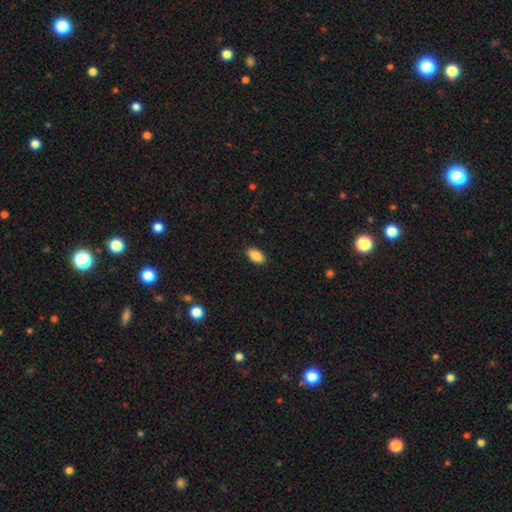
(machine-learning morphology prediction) This appears to be a smooth galaxy with no disk features (88%) that is in between round and cigar-shaped (94%). Merging: none (89%).